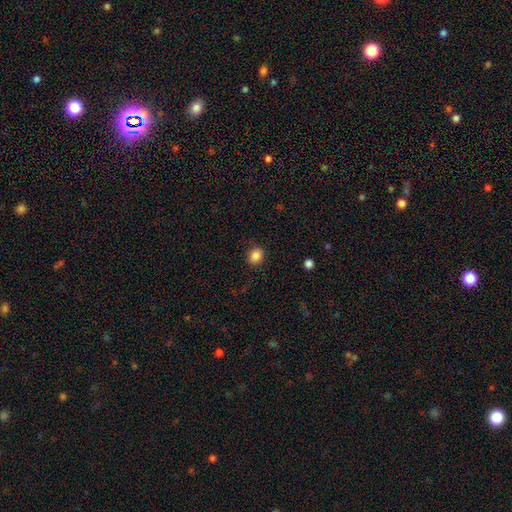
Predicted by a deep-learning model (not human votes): This appears to be a smooth galaxy with no disk features (86%) that is round (61%). Merging: none (88%).